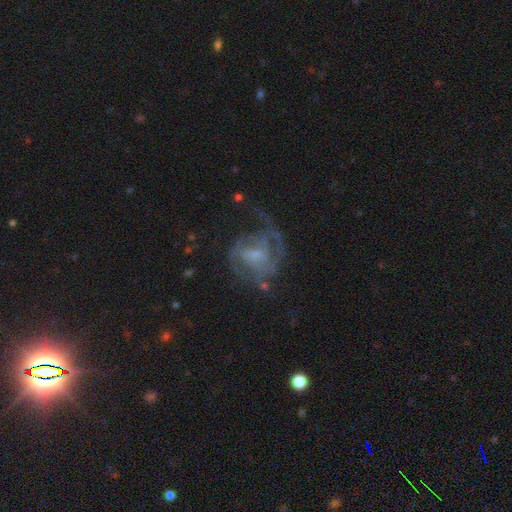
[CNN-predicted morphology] featured or disk 81%, smooth 12%, star or artifact 7%. Down the decision tree: edge-on disk — no (98%); bar — weak (45%); spiral arms — yes (88%); spiral arm count — 2 (40%); spiral winding — medium (46%); bulge size — small (67%); merging — none (46%).